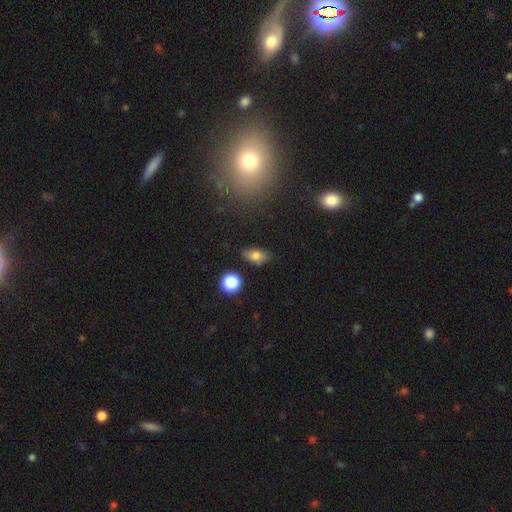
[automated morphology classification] smooth-or-featured: smooth: 76% | featured or disk: 13% | star or artifact: 11%
  how-rounded: in between: 85% | round: 11% | cigar-shaped: 5%
  merging: none: 77% | minor disturbance: 16% | merger: 4% | major disturbance: 4%